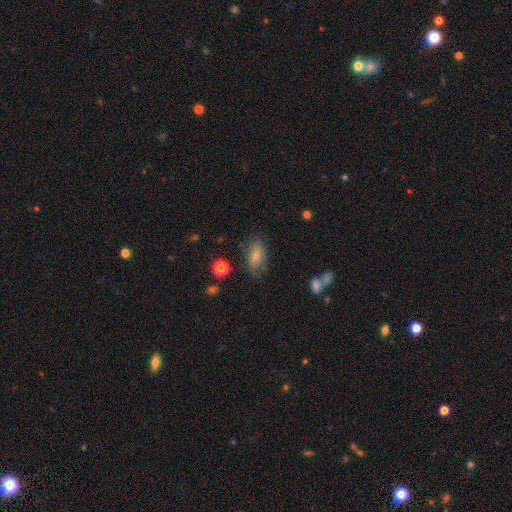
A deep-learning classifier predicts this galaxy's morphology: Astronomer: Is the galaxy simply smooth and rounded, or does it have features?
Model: smooth — 65%.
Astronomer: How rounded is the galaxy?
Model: in between — 84%.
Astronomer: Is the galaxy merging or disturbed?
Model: none — 75%.